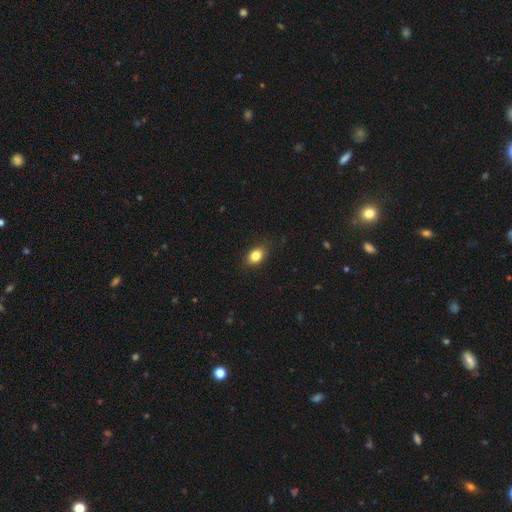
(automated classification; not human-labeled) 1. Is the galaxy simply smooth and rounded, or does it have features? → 84% smooth, 9% star or artifact, 7% featured or disk.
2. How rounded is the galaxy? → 74% in between, 25% round, 1% cigar-shaped.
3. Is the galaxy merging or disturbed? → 86% none, 11% minor disturbance, 2% major disturbance, 1% merger.